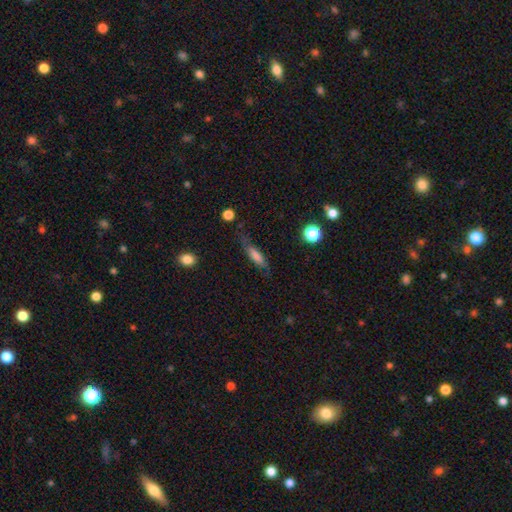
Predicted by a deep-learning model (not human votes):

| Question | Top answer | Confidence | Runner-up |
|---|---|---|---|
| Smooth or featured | smooth | 68% | featured or disk (24%) |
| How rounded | cigar-shaped | 64% | in between (33%) |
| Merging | none | 66% | minor disturbance (23%) |